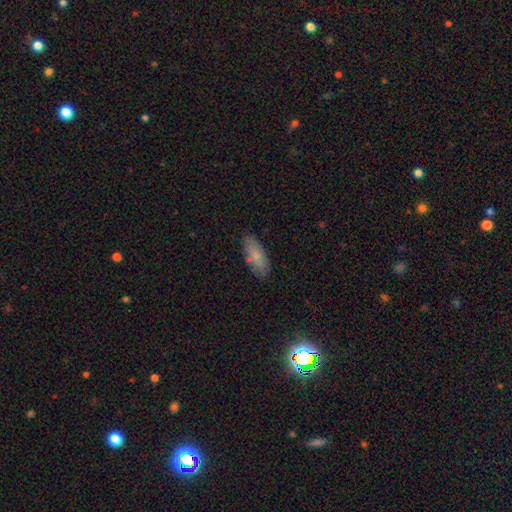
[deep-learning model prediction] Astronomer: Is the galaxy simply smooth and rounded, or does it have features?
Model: smooth — 78%.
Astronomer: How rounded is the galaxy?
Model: in between — 76%.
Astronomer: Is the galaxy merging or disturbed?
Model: none — 81%.